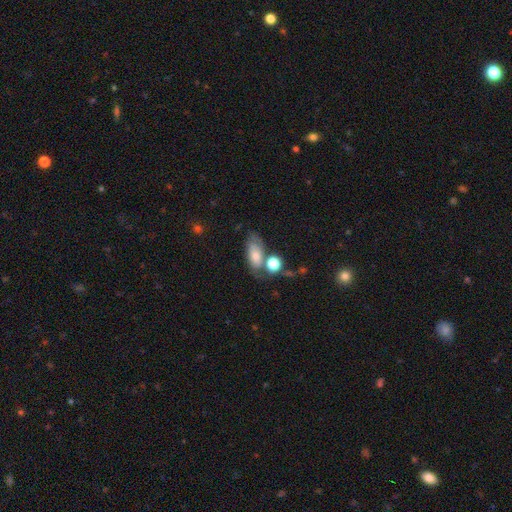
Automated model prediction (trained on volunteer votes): Overall: smooth (70%). How rounded: in between (81%). Merging: none (44%; merger 22%).